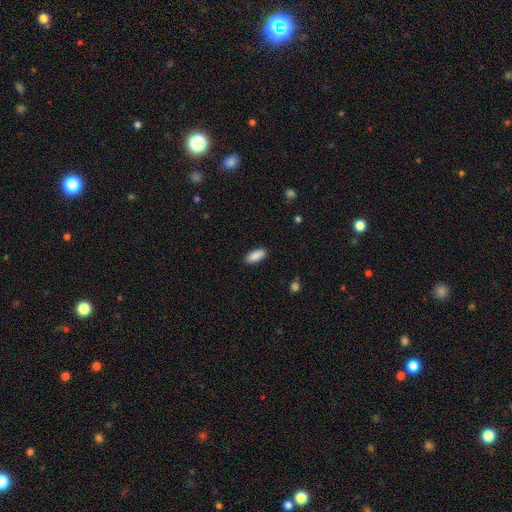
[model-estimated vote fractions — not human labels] A smooth galaxy with no disk features (90%) that is in between round and cigar-shaped (79%).

Vote fractions:
- Smooth or featured? smooth: 90% / star or artifact: 6% / featured or disk: 4%
- How rounded? in between: 79% / cigar-shaped: 19% / round: 2%
- Merging? none: 89% / minor disturbance: 8% / major disturbance: 2% / merger: 1%